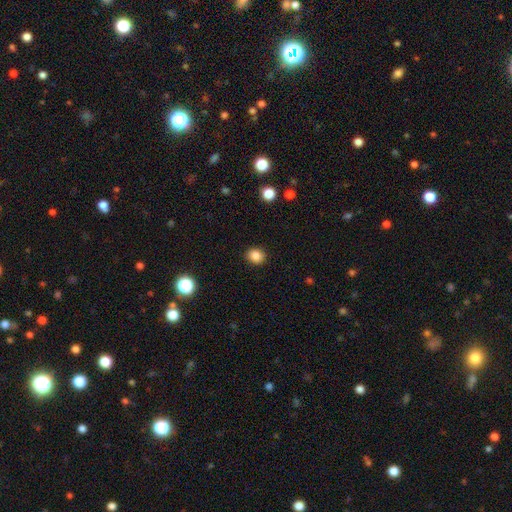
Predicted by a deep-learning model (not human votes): Q: Smooth or featured?
A: smooth (85%); runner-up: star or artifact (11%)
Q: How rounded?
A: round (72%); runner-up: in between (27%)
Q: Merging?
A: none (90%); runner-up: minor disturbance (7%)